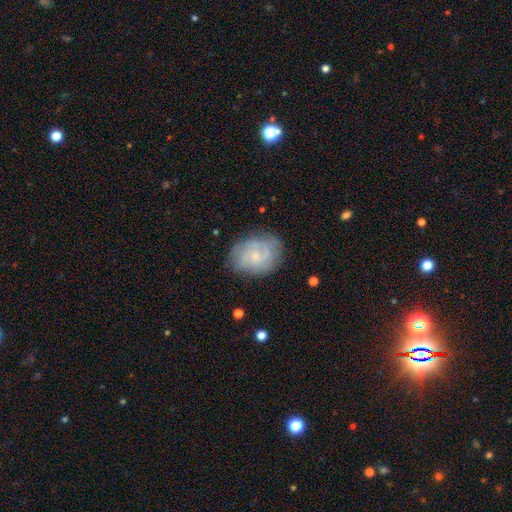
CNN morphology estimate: This is likely a featured or disk galaxy (65%). It is clearly not viewed edge-on (97%). Bar: likely no (73%). Spiral arm pattern: clearly yes (84%). Spiral arm count: possibly can't tell (45%). Spiral winding: possibly tight (56%). Central bulge: likely small (72%). Merging: likely none (72%).